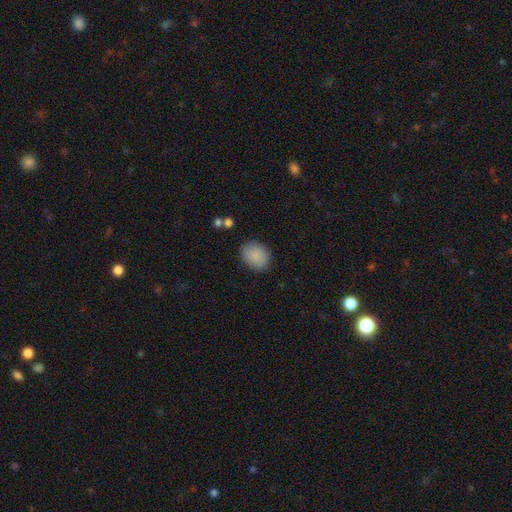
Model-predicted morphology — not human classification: Overall: smooth (88%). How rounded: in between (50%; round 49%). Merging: none (84%).